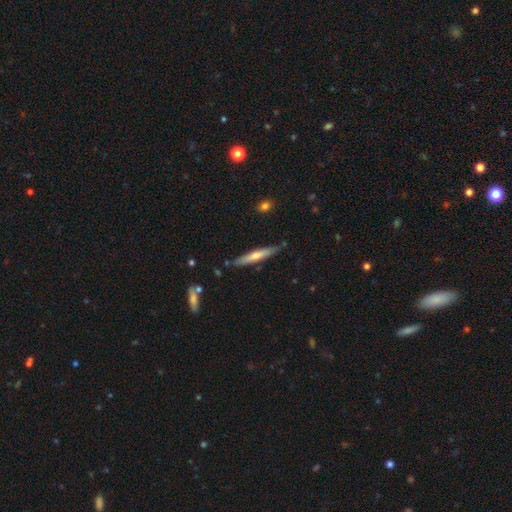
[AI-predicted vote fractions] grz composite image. It shows a smooth galaxy with no disk features (55%) that is cigar-shaped (92%). Merging: none (83%).